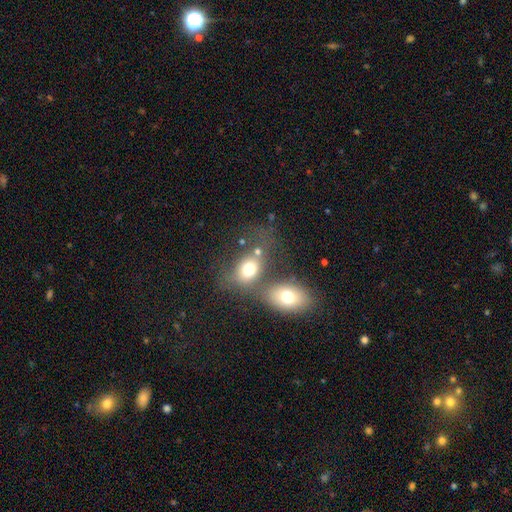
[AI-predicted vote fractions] Smooth or featured? Predicted: smooth (p=0.57). How rounded? Predicted: in between (p=0.67). Merging? Predicted: merger (p=0.58).